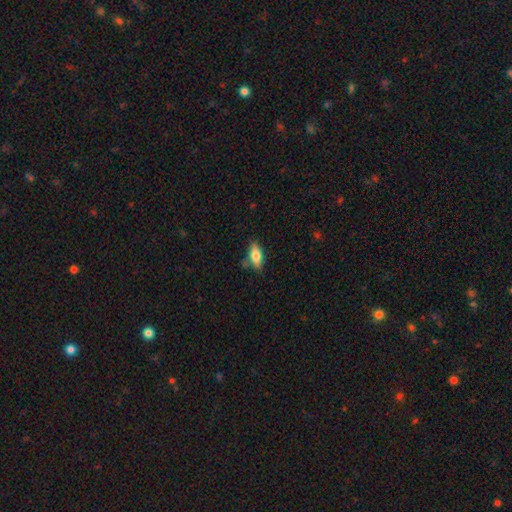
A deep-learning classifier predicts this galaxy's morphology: smooth_or_featured: smooth (p=0.68) [alt: featured or disk p=0.25]
how_rounded: in between (p=0.76) [alt: cigar-shaped p=0.20]
merging: none (p=0.74) [alt: minor disturbance p=0.17]